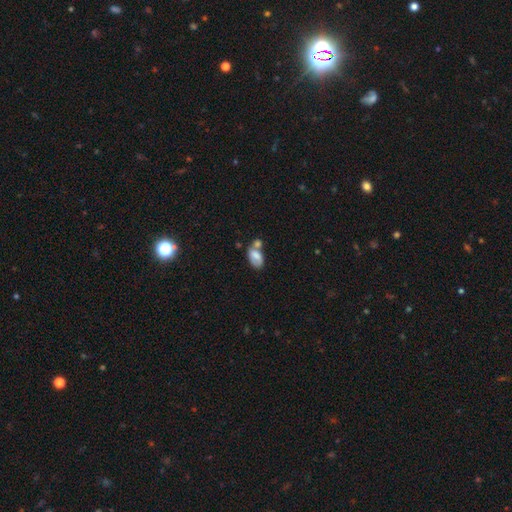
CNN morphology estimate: Smooth or featured: smooth — 71% (featured or disk — 21%)
How rounded: in between — 91% (round — 7%)
Merging: merger — 48% (none — 29%)